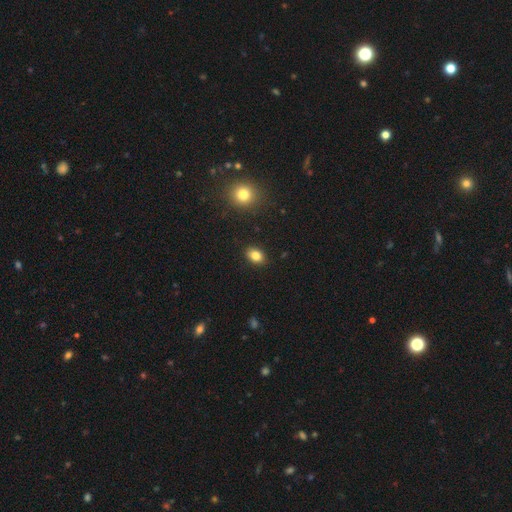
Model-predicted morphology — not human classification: smooth-or-featured: smooth: 83% | star or artifact: 10% | featured or disk: 8%
  how-rounded: in between: 72% | round: 27% | cigar-shaped: 1%
  merging: none: 89% | minor disturbance: 8% | major disturbance: 2% | merger: 1%